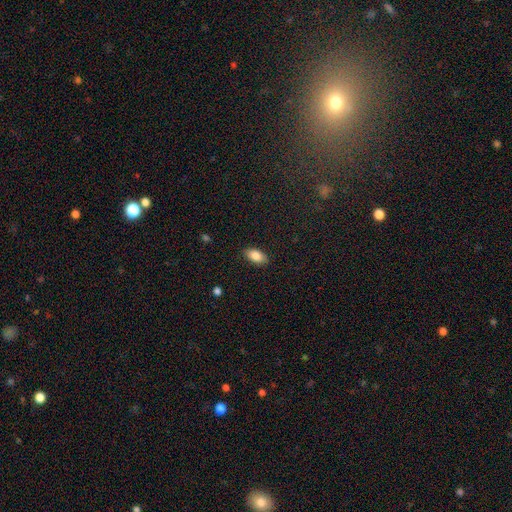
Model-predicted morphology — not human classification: smooth_or_featured: smooth (p=0.85) [alt: featured or disk p=0.08]
how_rounded: in between (p=0.92) [alt: cigar-shaped p=0.05]
merging: none (p=0.87) [alt: minor disturbance p=0.09]